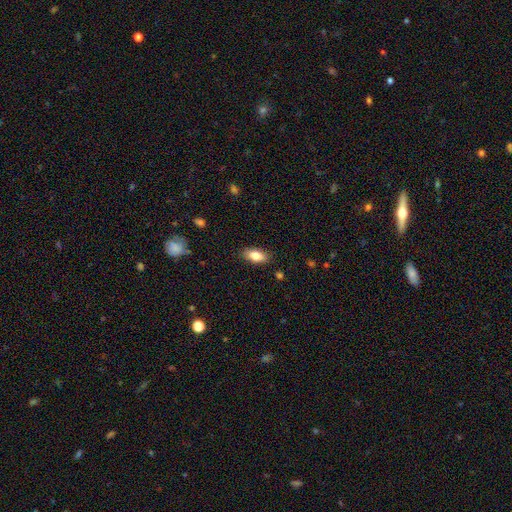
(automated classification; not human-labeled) Smooth or featured?
  - smooth: 81% *
  - featured or disk: 12%
  - star or artifact: 7%
How rounded?
  - in between: 87% *
  - cigar-shaped: 9%
  - round: 3%
Merging?
  - none: 87% *
  - minor disturbance: 10%
  - major disturbance: 2%
  - merger: 1%